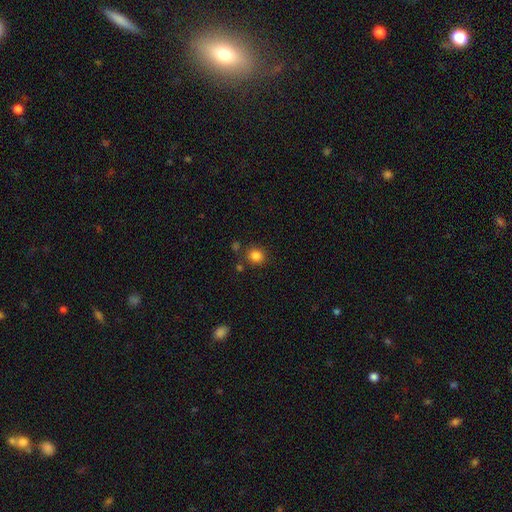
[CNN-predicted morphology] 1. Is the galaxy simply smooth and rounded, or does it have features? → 83% smooth, 12% star or artifact, 5% featured or disk.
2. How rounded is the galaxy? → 81% round, 19% in between, 1% cigar-shaped.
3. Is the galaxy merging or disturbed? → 82% none, 9% minor disturbance, 6% merger, 3% major disturbance.